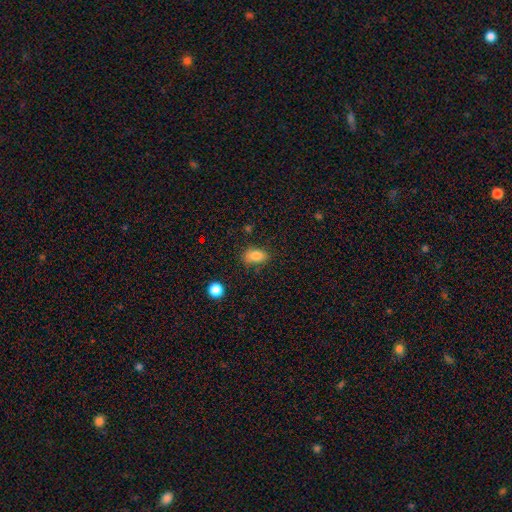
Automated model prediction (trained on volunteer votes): A smooth galaxy with no disk features (84%) that is in between round and cigar-shaped (89%). Merging: none (77%).